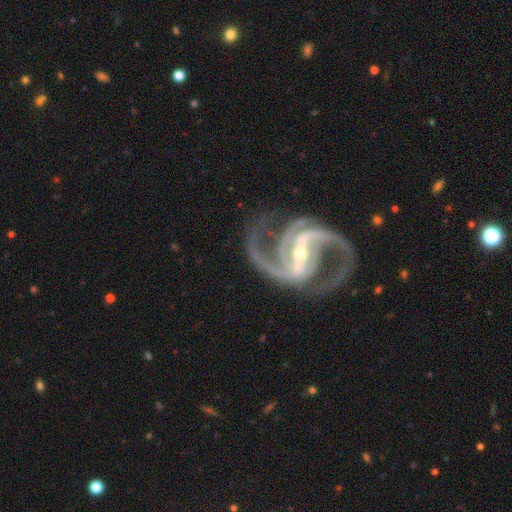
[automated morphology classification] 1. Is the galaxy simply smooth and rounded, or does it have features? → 94% featured or disk, 5% star or artifact, 2% smooth.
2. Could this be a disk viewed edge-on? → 98% no, 2% yes.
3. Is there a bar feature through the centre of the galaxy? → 73% strong, 20% weak, 7% no.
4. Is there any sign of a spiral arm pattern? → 99% yes, 1% no.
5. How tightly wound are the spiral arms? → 64% medium, 19% loose, 16% tight.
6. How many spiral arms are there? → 84% 2, 8% 3, 2% can't tell, 2% 4, 2% 1, 2% more than 4.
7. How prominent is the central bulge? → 68% small, 28% moderate, 1% large, 1% none, 1% dominant.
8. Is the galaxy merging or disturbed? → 75% none, 13% minor disturbance, 9% major disturbance, 2% merger.